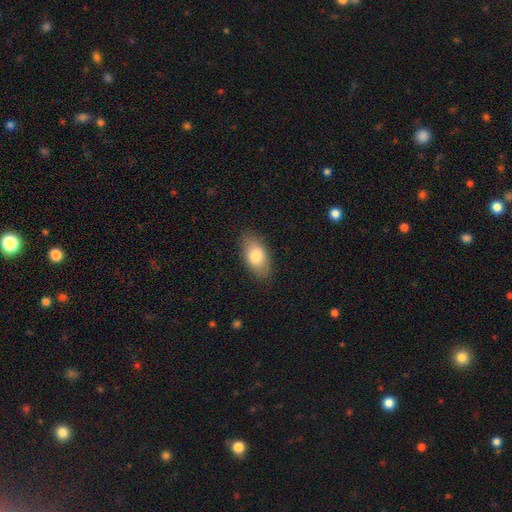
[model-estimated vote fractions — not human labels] Smooth or featured? Predicted: smooth (p=0.80). How rounded? Predicted: in between (p=0.91). Merging? Predicted: none (p=0.84).